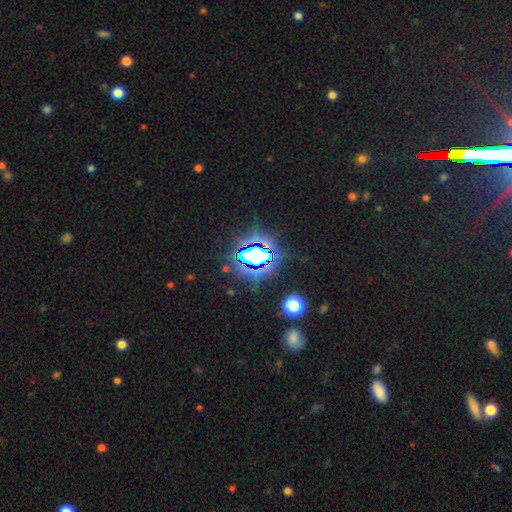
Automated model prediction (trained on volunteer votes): Morphology: type=star or artifact (72%).